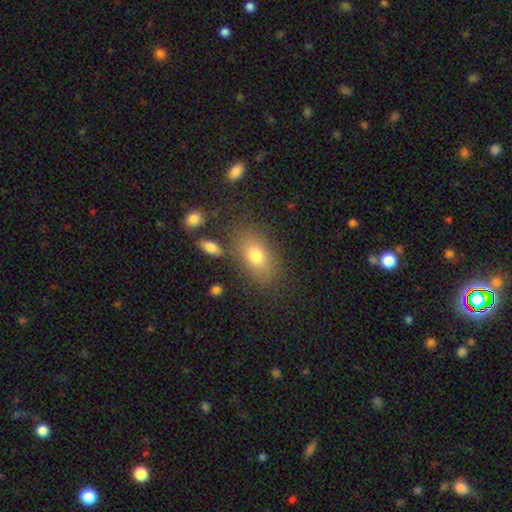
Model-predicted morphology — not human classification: smooth-or-featured: smooth: 76% | featured or disk: 14% | star or artifact: 10%
  how-rounded: in between: 86% | round: 11% | cigar-shaped: 3%
  merging: none: 78% | minor disturbance: 13% | merger: 5% | major disturbance: 5%